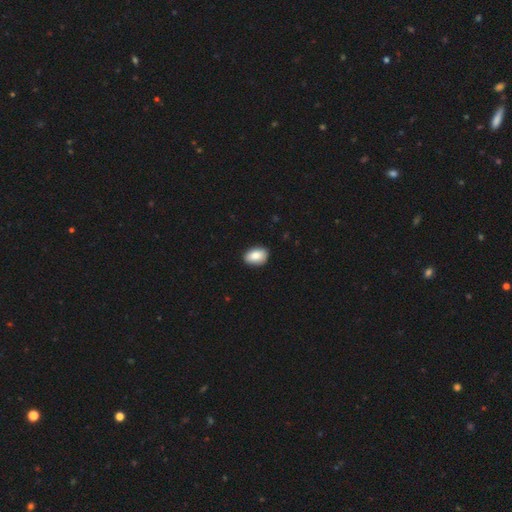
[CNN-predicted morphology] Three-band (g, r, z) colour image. It shows a smooth galaxy with no disk features (86%) that is in between round and cigar-shaped (86%). Merging: none (88%).